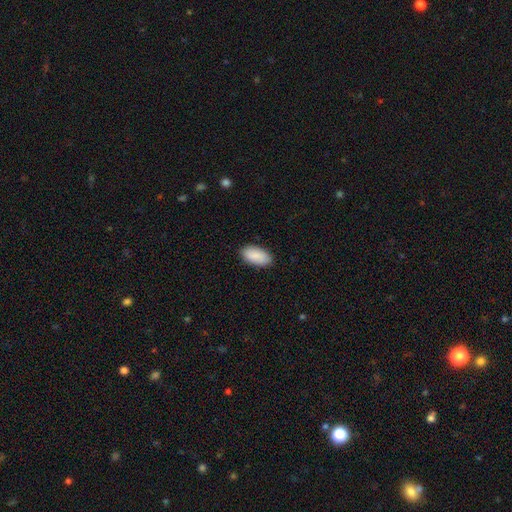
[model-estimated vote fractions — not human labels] smooth 89%, featured or disk 6%, star or artifact 6%. Down the decision tree: how rounded — in between (94%); merging — none (87%).